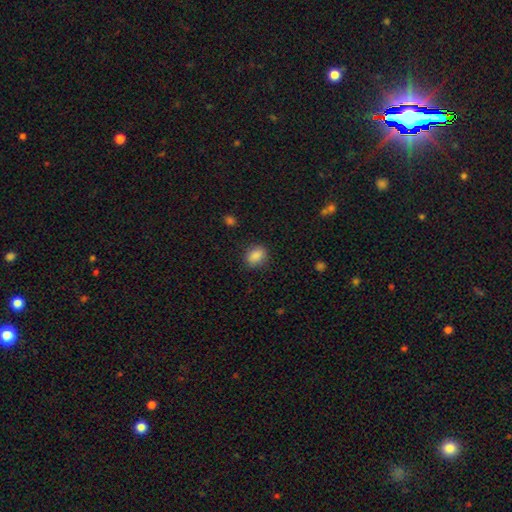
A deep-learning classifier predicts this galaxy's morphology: A smooth galaxy with no disk features (87%) that is in between round and cigar-shaped (67%). Merging: none (83%).